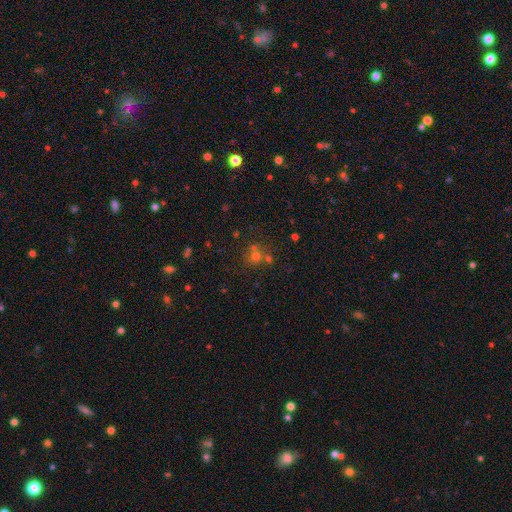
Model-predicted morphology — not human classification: Smooth or featured?
  - smooth: 57% *
  - star or artifact: 29%
  - featured or disk: 14%
How rounded?
  - round: 84% *
  - in between: 15%
  - cigar-shaped: 1%
Merging?
  - none: 57% *
  - merger: 29%
  - minor disturbance: 9%
  - major disturbance: 5%